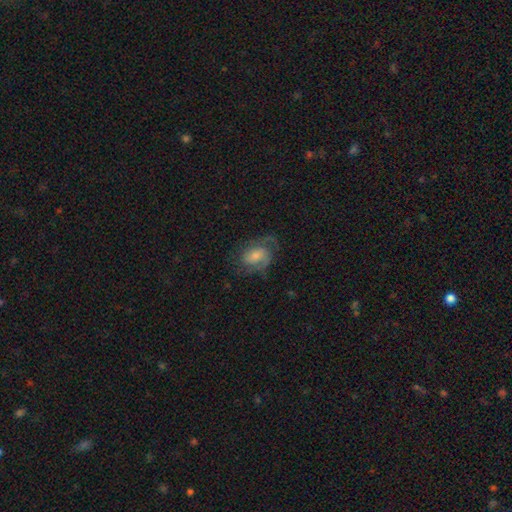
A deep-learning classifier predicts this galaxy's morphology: This appears to be a featured or disk galaxy (68%) with no bar (56%), 2 (61%) medium (48%) spiral arms (90%) and a moderate central bulge (44%). Merging: none (63%).